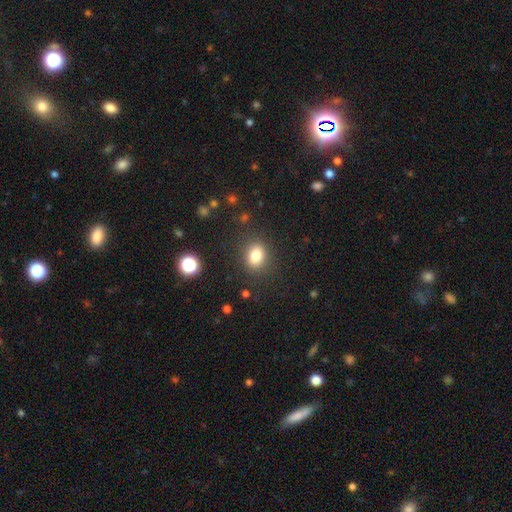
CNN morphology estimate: smooth-or-featured: smooth: 82% | star or artifact: 11% | featured or disk: 7%
  how-rounded: in between: 58% | round: 41% | cigar-shaped: 1%
  merging: none: 84% | minor disturbance: 10% | major disturbance: 4% | merger: 2%